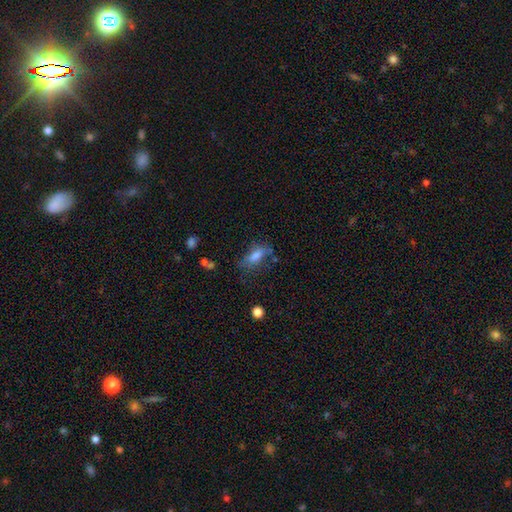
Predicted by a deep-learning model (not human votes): Overall: smooth (67%). How rounded: in between (68%; cigar-shaped 28%). Merging: none (52%; minor disturbance 26%).